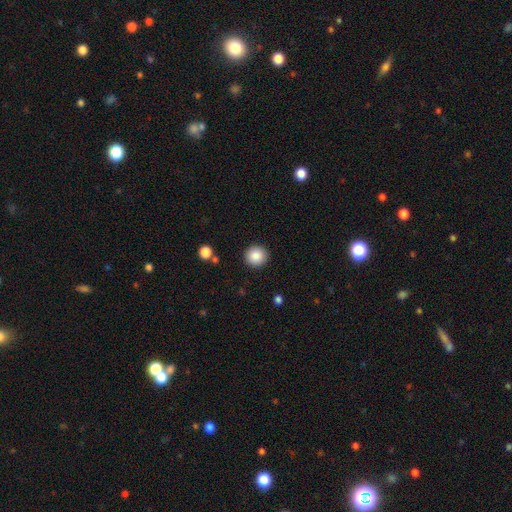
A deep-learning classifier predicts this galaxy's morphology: This appears to be a smooth galaxy with no disk features (86%) that is round (93%). Merging: none (91%).